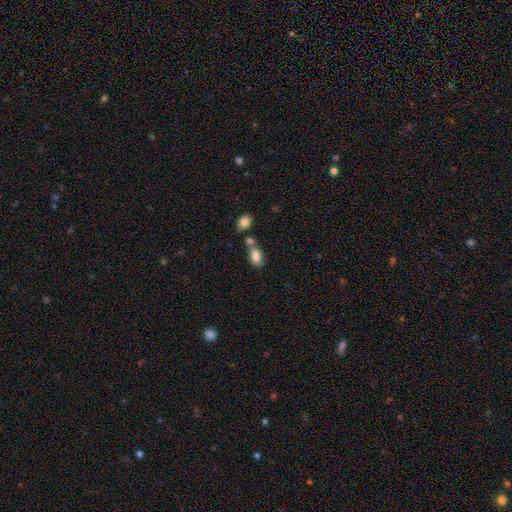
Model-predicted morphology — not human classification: A smooth galaxy with no disk features (81%) that is in between round and cigar-shaped (88%). Merging: none (53%).